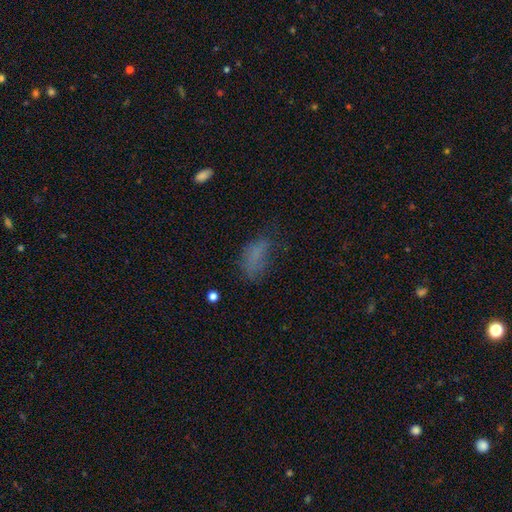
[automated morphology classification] This is likely a smooth galaxy (67%). How rounded: clearly in between (87%). Merging: marginally none (43%).